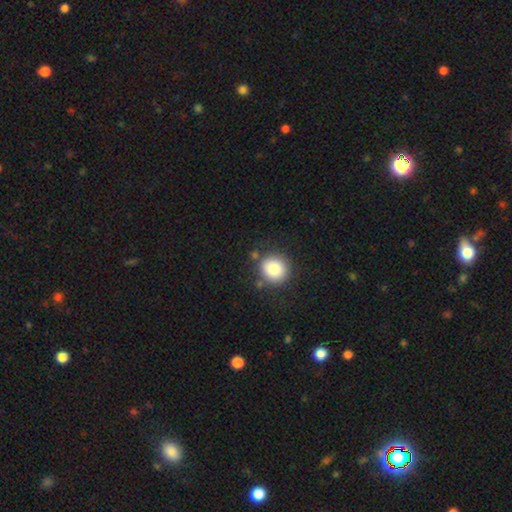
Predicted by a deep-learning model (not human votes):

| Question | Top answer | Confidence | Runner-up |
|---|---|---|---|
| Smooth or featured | smooth | 83% | star or artifact (10%) |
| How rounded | round | 84% | in between (15%) |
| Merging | none | 81% | minor disturbance (11%) |